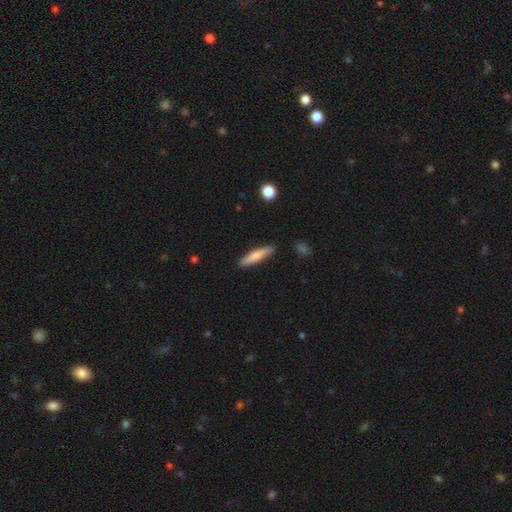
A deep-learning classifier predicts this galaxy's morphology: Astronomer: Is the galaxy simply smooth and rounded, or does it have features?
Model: smooth — 74%.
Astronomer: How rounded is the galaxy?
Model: cigar-shaped — 84%.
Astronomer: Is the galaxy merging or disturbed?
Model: none — 88%.